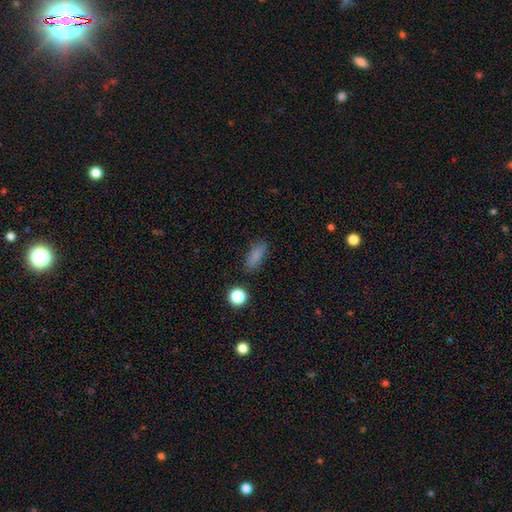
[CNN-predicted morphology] A smooth galaxy with no disk features (81%) that is in between round and cigar-shaped (69%).

Vote fractions:
- Smooth or featured? smooth: 81% / star or artifact: 13% / featured or disk: 6%
- How rounded? in between: 69% / cigar-shaped: 25% / round: 6%
- Merging? none: 82% / minor disturbance: 13% / major disturbance: 4% / merger: 2%